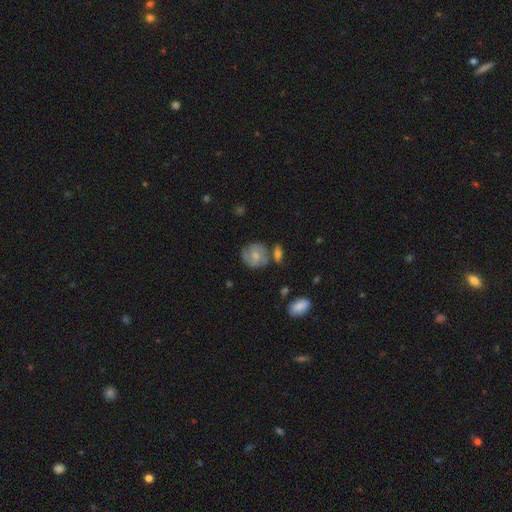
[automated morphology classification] Smooth or featured? Predicted: featured or disk (p=0.50). Edge-on disk? Predicted: no (p=0.97). Merging? Predicted: none (p=0.62).